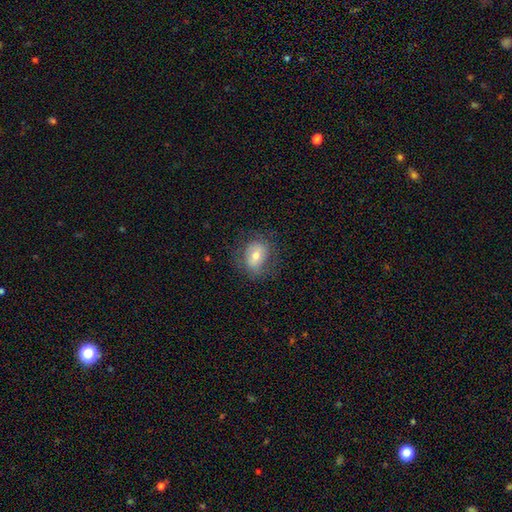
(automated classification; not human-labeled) Smooth or featured? Predicted: smooth (p=0.60). How rounded? Predicted: in between (p=0.61). Merging? Predicted: none (p=0.74).